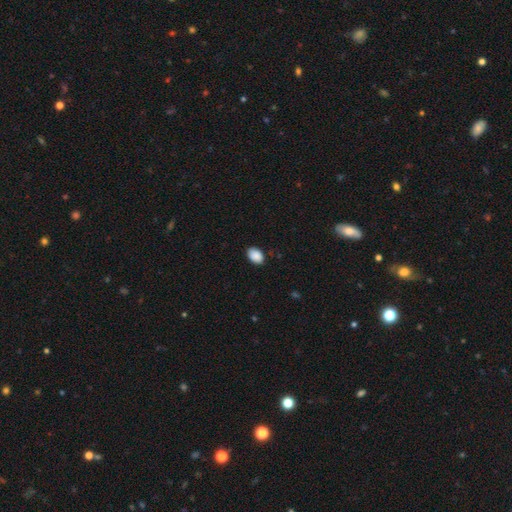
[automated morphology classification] smooth-or-featured: smooth: 90% | star or artifact: 7% | featured or disk: 3%
  how-rounded: in between: 87% | round: 12% | cigar-shaped: 1%
  merging: none: 86% | minor disturbance: 11% | major disturbance: 2% | merger: 1%